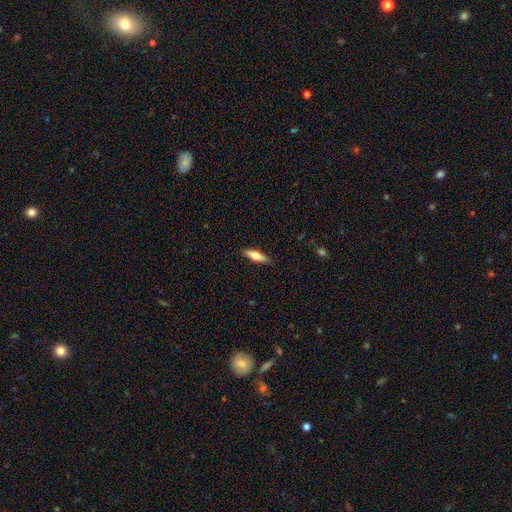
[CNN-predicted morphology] type=smooth (56%); roundness=cigar-shaped (63%); merging=none (89%).